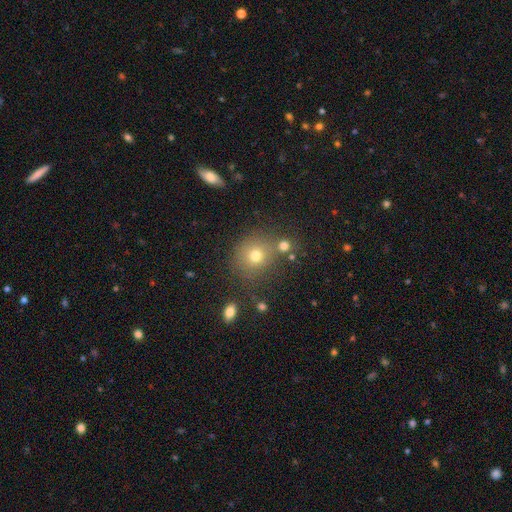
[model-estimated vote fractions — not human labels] The model was most divided on "smooth or featured": smooth: 72%, star or artifact: 17%, featured or disk: 11%. More confident: how rounded — round (84%); merging — none (70%).